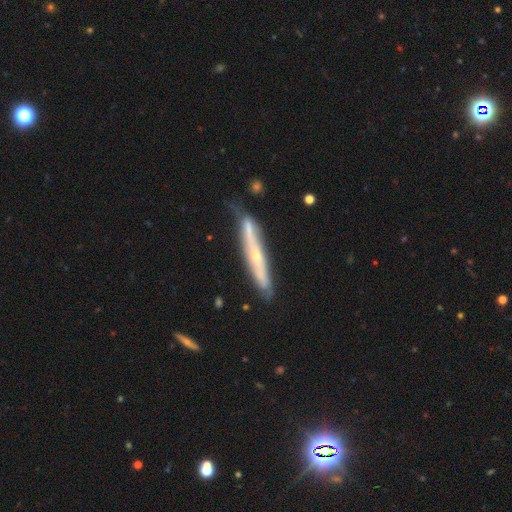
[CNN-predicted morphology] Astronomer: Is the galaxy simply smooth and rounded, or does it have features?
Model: featured or disk — 70%.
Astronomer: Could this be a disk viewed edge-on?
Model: yes — 81%.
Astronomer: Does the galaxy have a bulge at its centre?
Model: rounded — 72%.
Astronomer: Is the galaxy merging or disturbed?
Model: none — 68%.